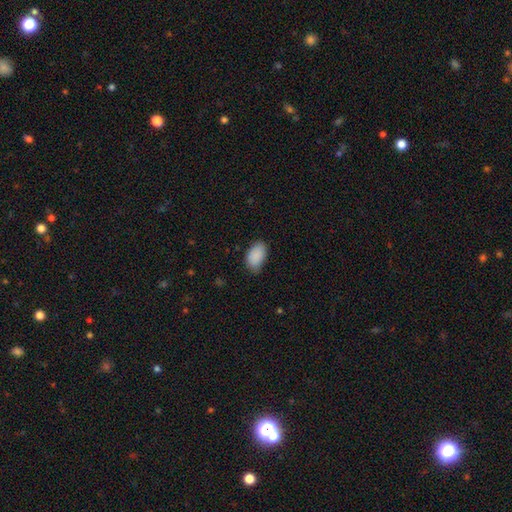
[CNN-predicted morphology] The model was most divided on "merging": none: 72%, minor disturbance: 23%, major disturbance: 3%, merger: 1%. More confident: how rounded — in between (93%); smooth or featured — smooth (90%).